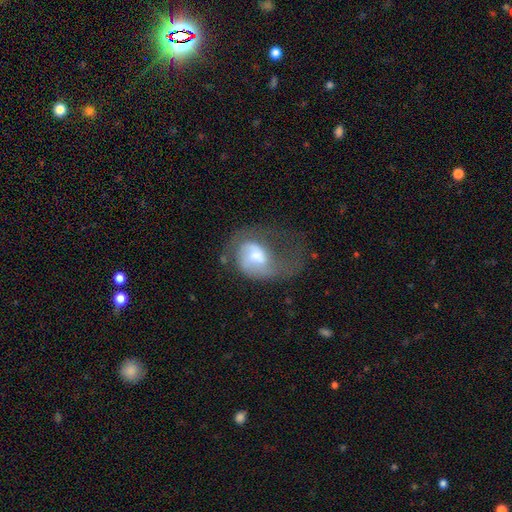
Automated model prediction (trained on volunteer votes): A featured or disk galaxy (61%) with no bar (49%), spiral arms (79%) and a moderate central bulge (44%).

Vote fractions:
- Smooth or featured? featured or disk: 61% / smooth: 32% / star or artifact: 8%
- Edge-on disk? no: 97% / yes: 3%
- Bar? no: 49% / weak: 40% / strong: 11%
- Spiral arms? yes: 79% / no: 21%
- Bulge size? moderate: 44% / small: 26% / large: 18% / none: 8% / dominant: 3%
- Merging? major disturbance: 55% / none: 23% / minor disturbance: 18% / merger: 4%